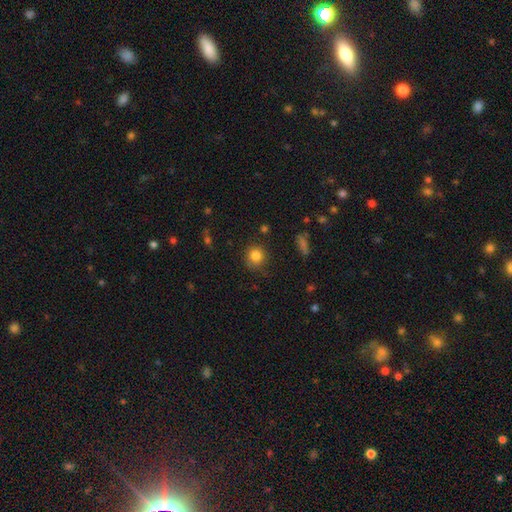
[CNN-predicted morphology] The model was most divided on "merging": none: 83%, minor disturbance: 12%, major disturbance: 3%, merger: 2%. More confident: how rounded — round (88%); smooth or featured — smooth (83%).